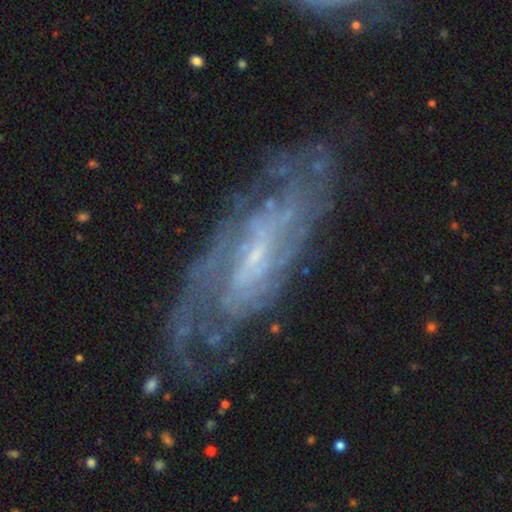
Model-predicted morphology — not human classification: A featured or disk galaxy (83%) with a weak bar (45%), tight (55%) spiral arms (92%) and a small central bulge (72%). Merging: none (70%).